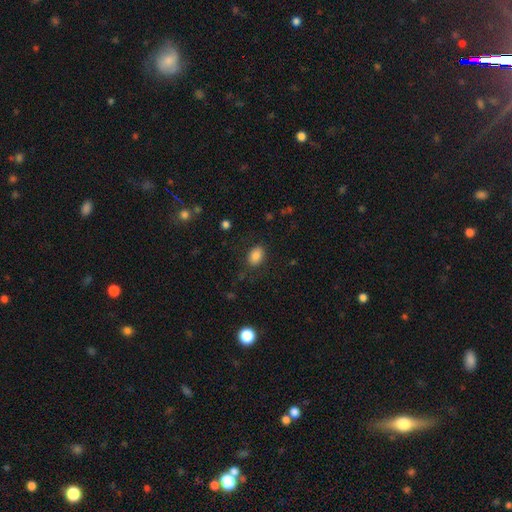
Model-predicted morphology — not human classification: The model was most divided on "how rounded": in between: 78%, round: 21%, cigar-shaped: 1%. More confident: smooth or featured — smooth (85%); merging — none (81%).